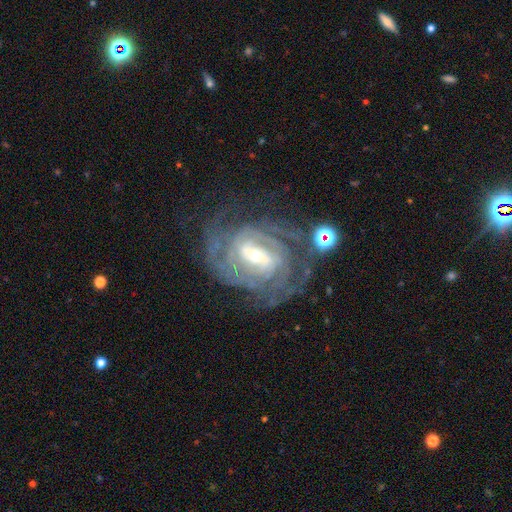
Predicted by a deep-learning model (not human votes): smooth-or-featured: featured or disk: 88% | star or artifact: 6% | smooth: 6%
  disk-edge-on: no: 96% | yes: 4%
    bar: weak: 44% | strong: 33% | no: 23%
    has-spiral-arms: yes: 95% | no: 5%
      spiral-winding: tight: 62% | medium: 30% | loose: 8%
      spiral-arm-count: can't tell: 34% | 2: 22% | 3: 17% | 4: 14% | more than 4: 8% | 1: 6%
    bulge-size: small: 59% | moderate: 36% | large: 3% | none: 1% | dominant: 1%
  merging: none: 62% | minor disturbance: 18% | major disturbance: 16% | merger: 3%